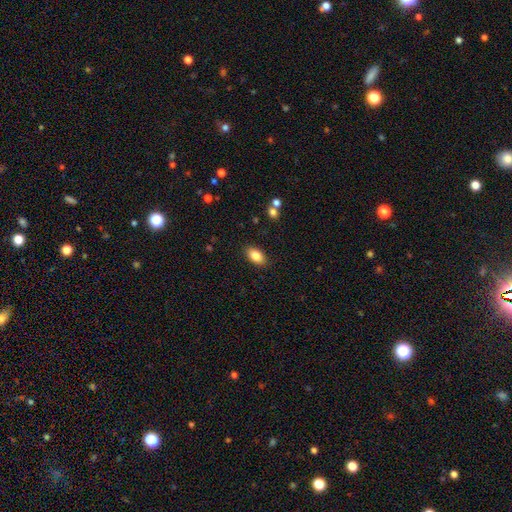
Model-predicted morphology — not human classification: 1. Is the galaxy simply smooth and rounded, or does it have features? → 84% smooth, 9% featured or disk, 8% star or artifact.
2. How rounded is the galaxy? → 92% in between, 6% round, 2% cigar-shaped.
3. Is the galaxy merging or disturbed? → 88% none, 9% minor disturbance, 2% major disturbance, 1% merger.